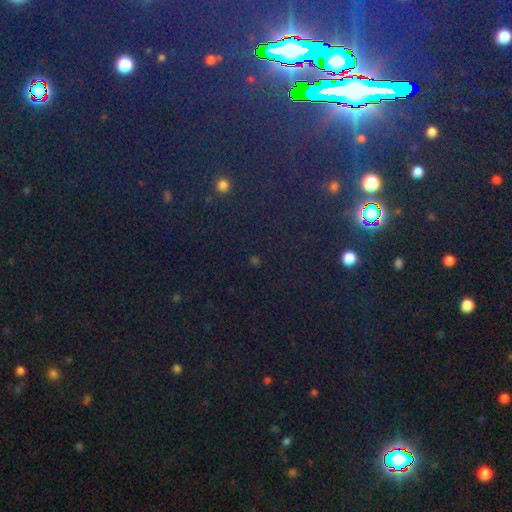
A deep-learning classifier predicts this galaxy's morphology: Overall: star or artifact (80%).